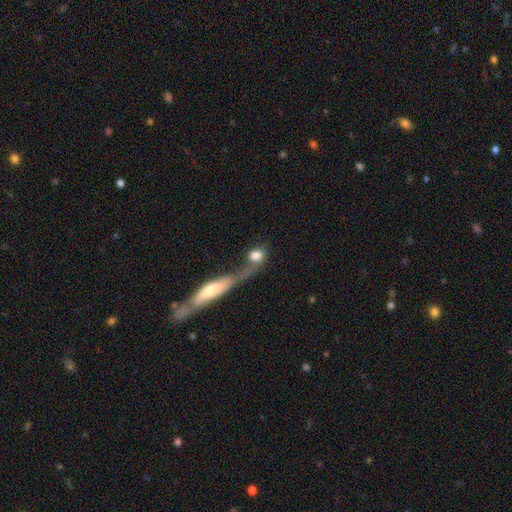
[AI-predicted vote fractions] Smooth or featured: smooth — 75% (featured or disk — 17%)
How rounded: round — 52% (in between — 39%)
Merging: merger — 52% (none — 27%)